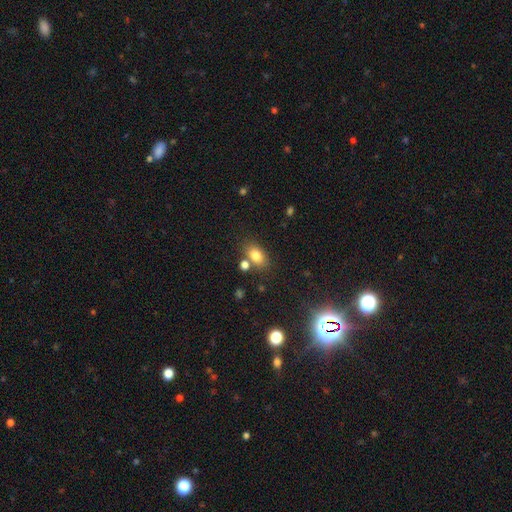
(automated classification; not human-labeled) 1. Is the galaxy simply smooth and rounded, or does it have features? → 79% smooth, 11% star or artifact, 10% featured or disk.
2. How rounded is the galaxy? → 80% in between, 17% round, 2% cigar-shaped.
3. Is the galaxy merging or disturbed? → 69% none, 15% merger, 12% minor disturbance, 4% major disturbance.